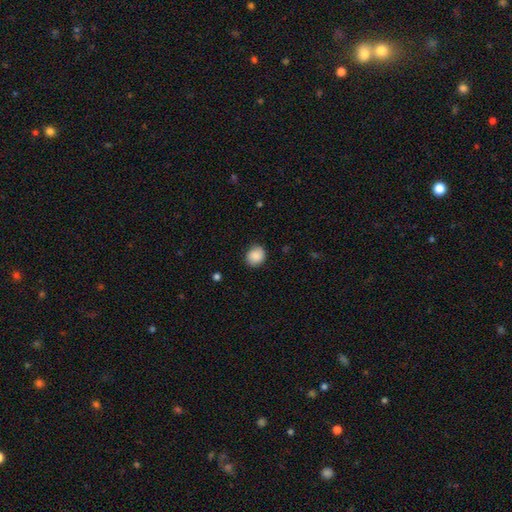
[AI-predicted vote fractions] Smooth or featured? Predicted: smooth (p=0.88). How rounded? Predicted: round (p=0.72). Merging? Predicted: none (p=0.86).